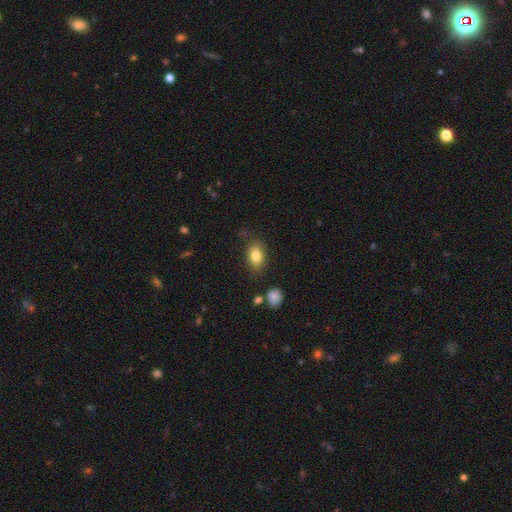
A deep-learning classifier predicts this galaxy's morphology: Smooth or featured? smooth (82%)
How rounded? in between (81%)
Merging? none (80%)